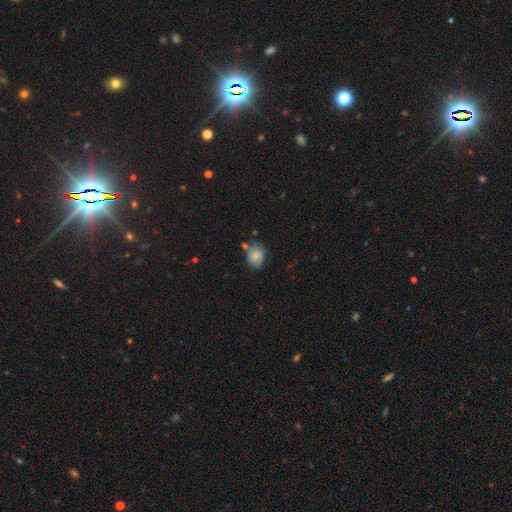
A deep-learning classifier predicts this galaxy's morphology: A smooth galaxy with no disk features (73%) that is round (50%).

Vote fractions:
- Smooth or featured? smooth: 73% / featured or disk: 18% / star or artifact: 9%
- How rounded? round: 50% / in between: 49% / cigar-shaped: 1%
- Merging? none: 59% / minor disturbance: 24% / merger: 10% / major disturbance: 7%